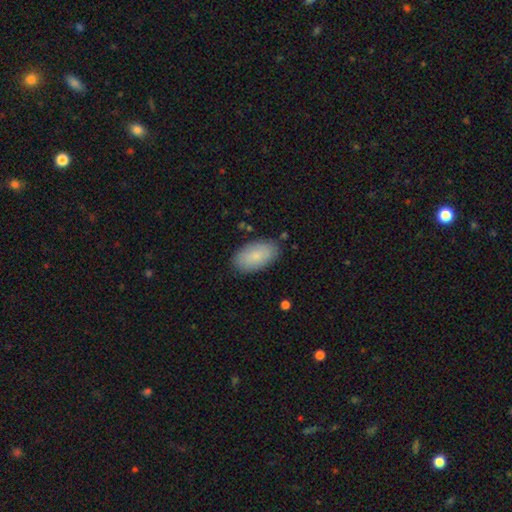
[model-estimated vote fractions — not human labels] The model was most divided on "merging": none: 85%, minor disturbance: 11%, major disturbance: 2%, merger: 1%. More confident: how rounded — in between (95%); smooth or featured — smooth (84%).